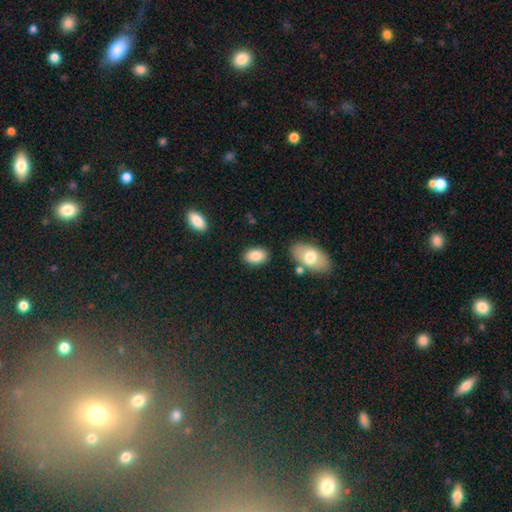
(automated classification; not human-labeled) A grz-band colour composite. It shows a smooth galaxy with no disk features (86%) that is in between round and cigar-shaped (90%). Merging: none (82%).